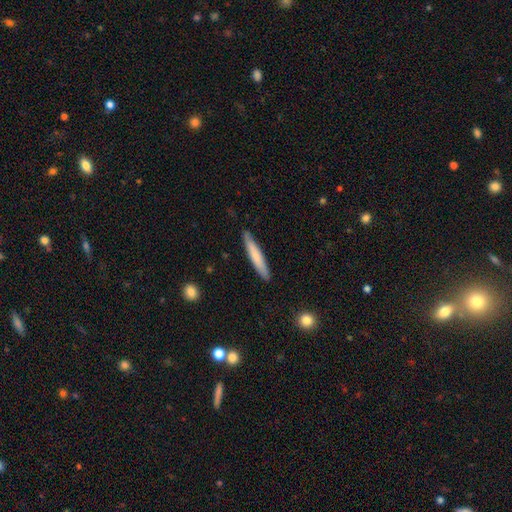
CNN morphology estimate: A smooth galaxy with no disk features (71%) that is cigar-shaped (94%). Merging: none (88%).